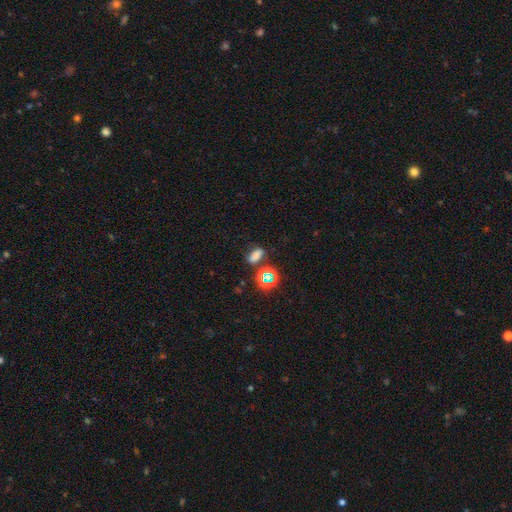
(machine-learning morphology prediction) Smooth or featured? Predicted: smooth (p=0.61). How rounded? Predicted: in between (p=0.73). Merging? Predicted: none (p=0.63).